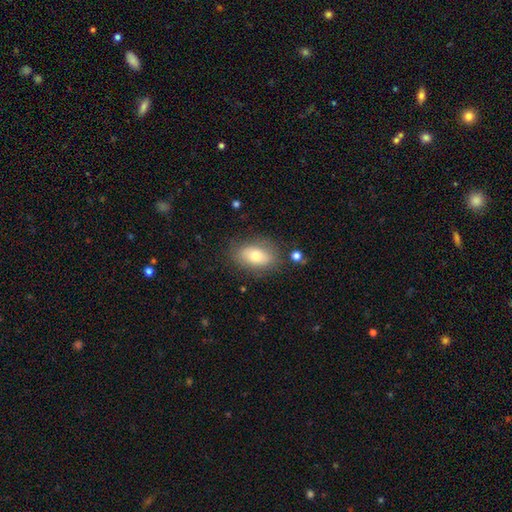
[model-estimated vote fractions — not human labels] Smooth or featured: smooth — 71% (featured or disk — 21%)
How rounded: in between — 86% (round — 12%)
Merging: none — 78% (minor disturbance — 15%)